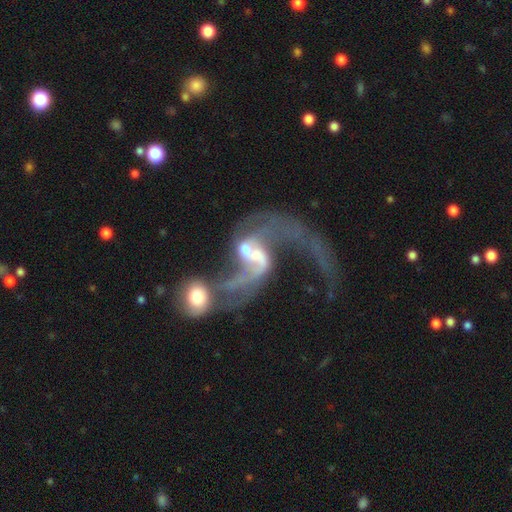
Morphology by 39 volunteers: featured or disk 82%, smooth 18%, star or artifact 0%. Down the decision tree: edge-on disk — no (100%); bar — no (47%); spiral arms — yes (97%); spiral arm count — 2 (90%); spiral winding — loose (74%); bulge size — small (56%); merging — merger (46%).